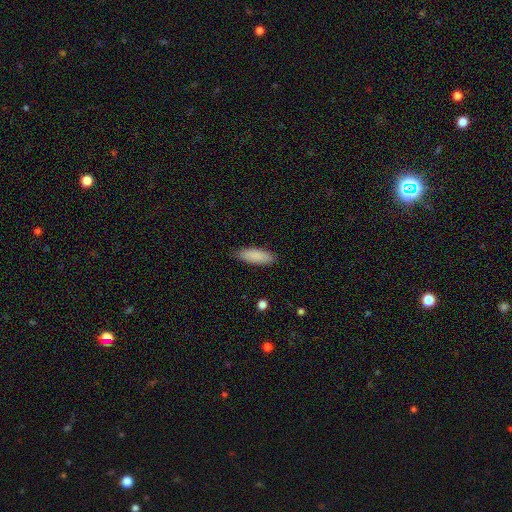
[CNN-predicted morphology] Q: Smooth or featured?
A: smooth (88%); runner-up: star or artifact (6%)
Q: How rounded?
A: in between (64%); runner-up: cigar-shaped (34%)
Q: Merging?
A: none (85%); runner-up: minor disturbance (12%)